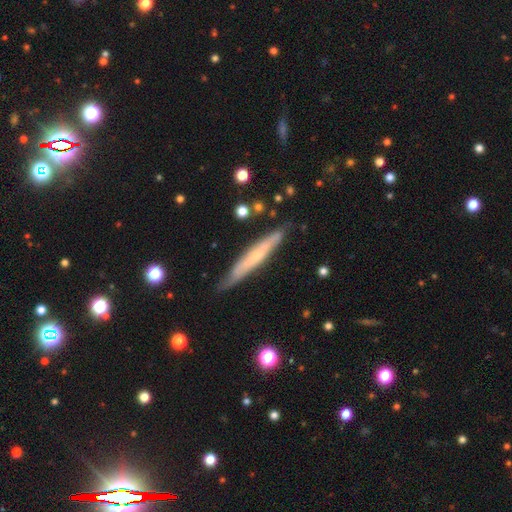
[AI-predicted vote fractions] The model was most divided on "smooth or featured": featured or disk: 51%, smooth: 43%, star or artifact: 6%. More confident: edge-on disk — yes (88%); merging — none (81%).